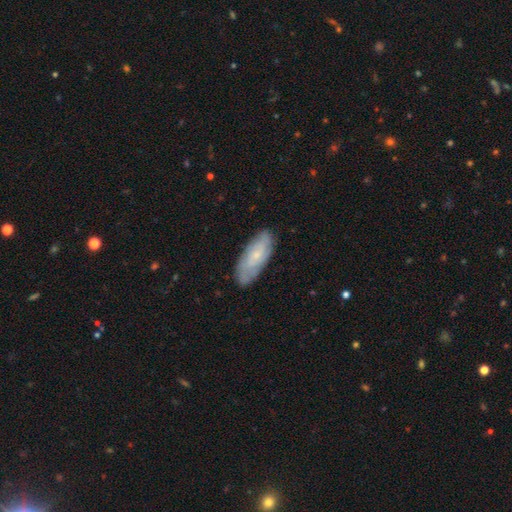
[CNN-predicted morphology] This is possibly a smooth galaxy (48%). Merging: likely none (79%).